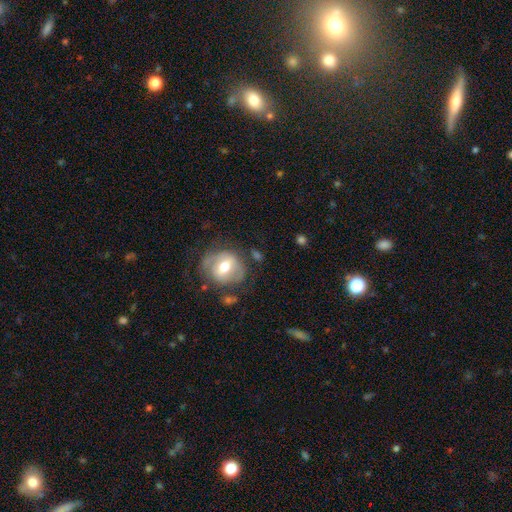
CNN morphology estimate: type=featured or disk (50%); edge-on=no (93%); merging=none (64%).